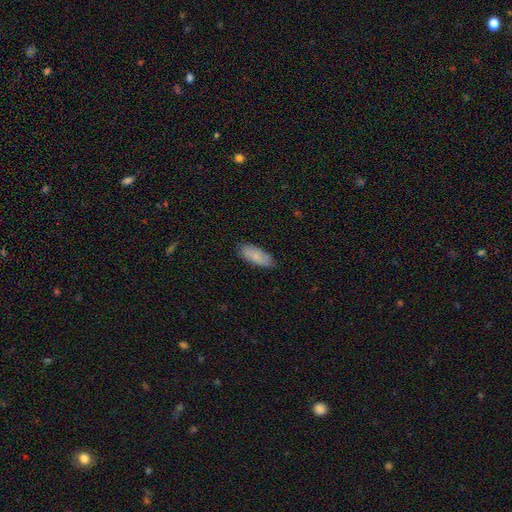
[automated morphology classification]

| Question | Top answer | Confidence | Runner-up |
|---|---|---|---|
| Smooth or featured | smooth | 83% | featured or disk (11%) |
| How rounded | in between | 78% | cigar-shaped (20%) |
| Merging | none | 85% | minor disturbance (12%) |